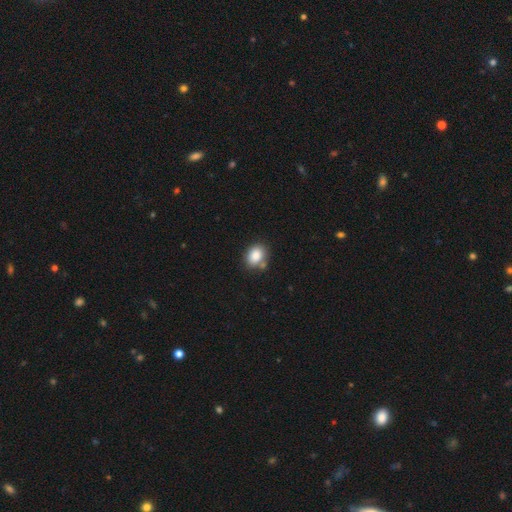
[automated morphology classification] Smooth or featured?
  - smooth: 86% *
  - star or artifact: 8%
  - featured or disk: 6%
How rounded?
  - in between: 66% *
  - round: 33%
  - cigar-shaped: 1%
Merging?
  - none: 68% *
  - minor disturbance: 15%
  - merger: 13%
  - major disturbance: 4%